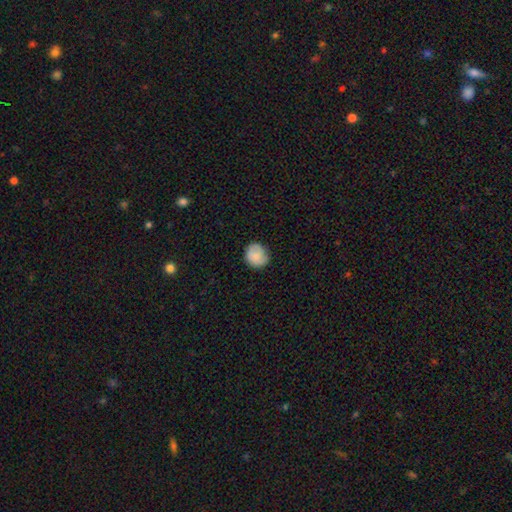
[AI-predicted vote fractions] Overall: smooth (81%). How rounded: round (79%). Merging: none (78%).